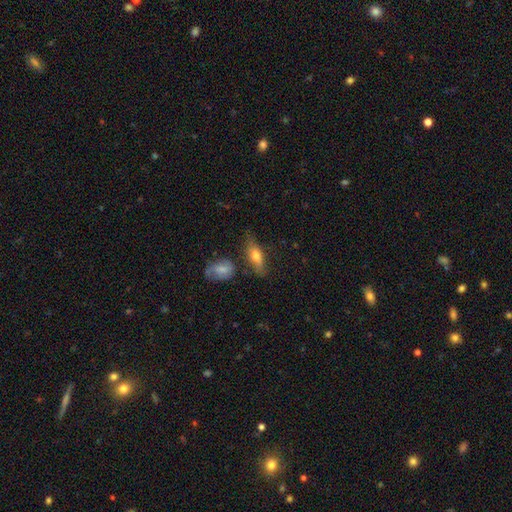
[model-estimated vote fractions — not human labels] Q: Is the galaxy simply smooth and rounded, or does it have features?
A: smooth — 64%.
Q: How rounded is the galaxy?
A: in between — 67%.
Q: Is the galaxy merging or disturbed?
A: none — 61%.